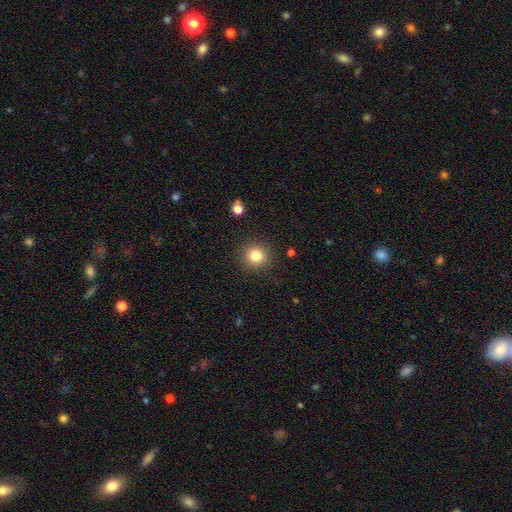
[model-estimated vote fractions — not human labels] Overall: smooth (81%). How rounded: round (92%). Merging: none (90%).